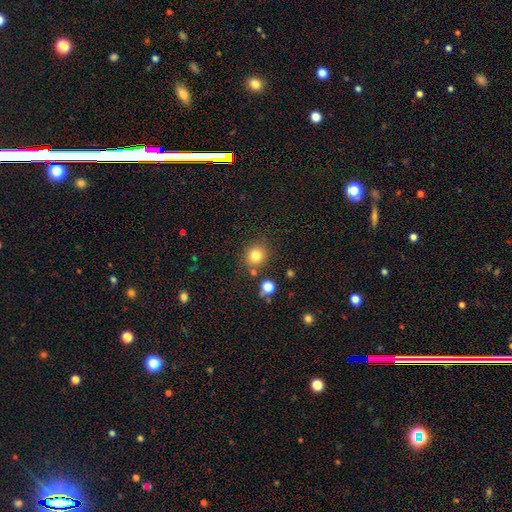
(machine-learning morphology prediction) Smooth or featured?
  - smooth: 80% *
  - star or artifact: 13%
  - featured or disk: 7%
How rounded?
  - round: 87% *
  - in between: 12%
  - cigar-shaped: 1%
Merging?
  - none: 80% *
  - minor disturbance: 10%
  - merger: 7%
  - major disturbance: 3%